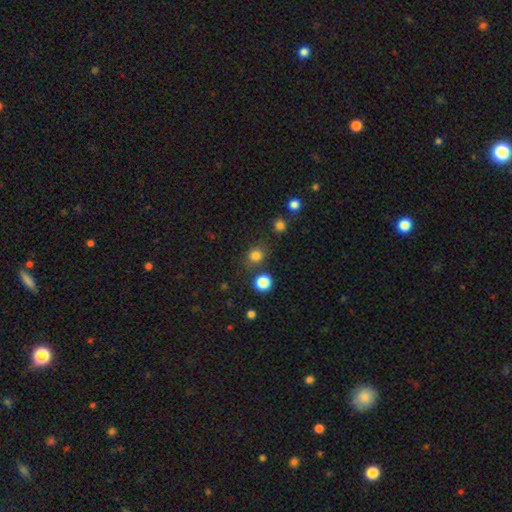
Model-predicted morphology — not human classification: A smooth galaxy with no disk features (79%) that is round (81%).

Vote fractions:
- Smooth or featured? smooth: 79% / star or artifact: 15% / featured or disk: 5%
- How rounded? round: 81% / in between: 18% / cigar-shaped: 1%
- Merging? none: 76% / minor disturbance: 11% / merger: 9% / major disturbance: 4%